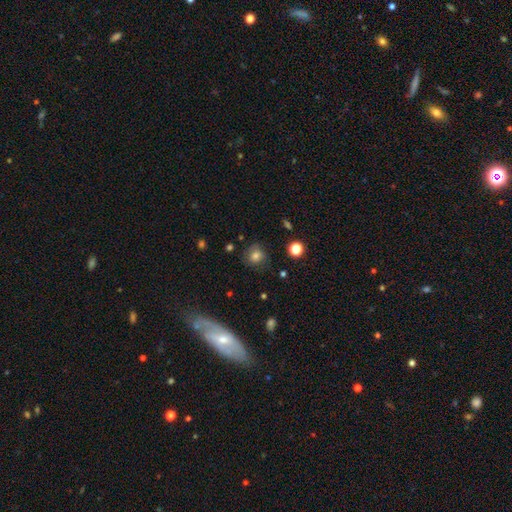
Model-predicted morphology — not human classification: type=smooth (74%); roundness=round (78%); merging=none (77%).